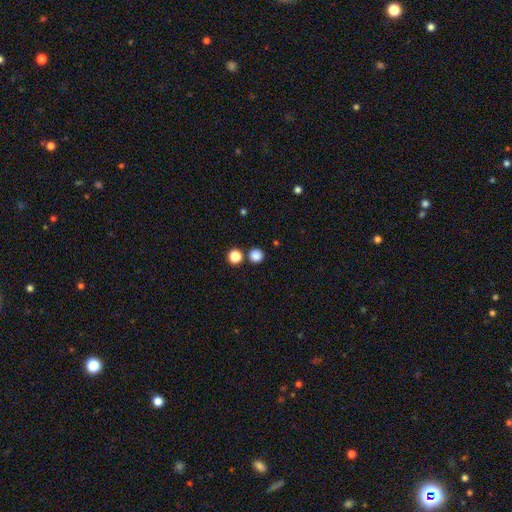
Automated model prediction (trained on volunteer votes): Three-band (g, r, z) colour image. It shows a smooth galaxy with no disk features (85%) that is round (92%). Merging: none (82%).